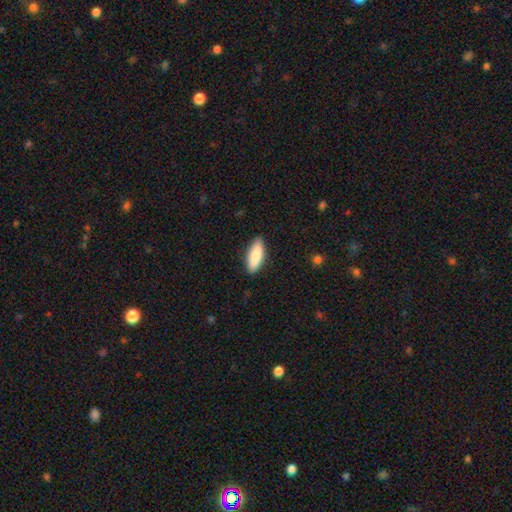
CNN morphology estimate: Smooth or featured?
  - smooth: 84% *
  - featured or disk: 10%
  - star or artifact: 6%
How rounded?
  - in between: 69% *
  - cigar-shaped: 29%
  - round: 2%
Merging?
  - none: 87% *
  - minor disturbance: 10%
  - major disturbance: 2%
  - merger: 1%